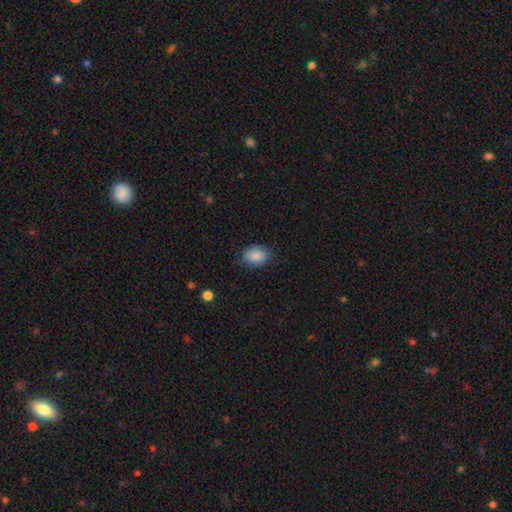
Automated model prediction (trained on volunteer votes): Q: Smooth or featured?
A: smooth (88%); runner-up: star or artifact (8%)
Q: How rounded?
A: in between (70%); runner-up: round (29%)
Q: Merging?
A: none (77%); runner-up: minor disturbance (18%)